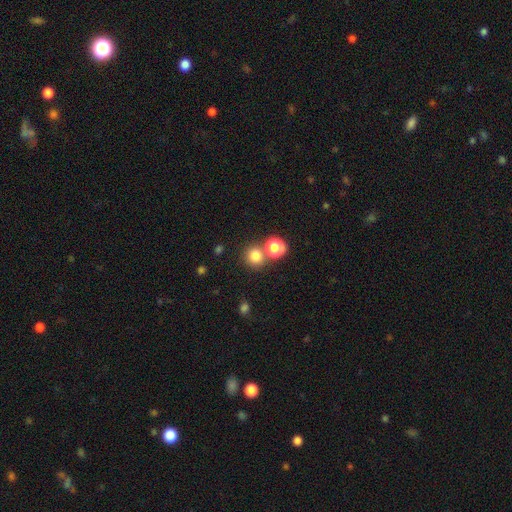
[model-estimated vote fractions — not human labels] A smooth galaxy with no disk features (79%) that is round (89%). Merging: none (67%).